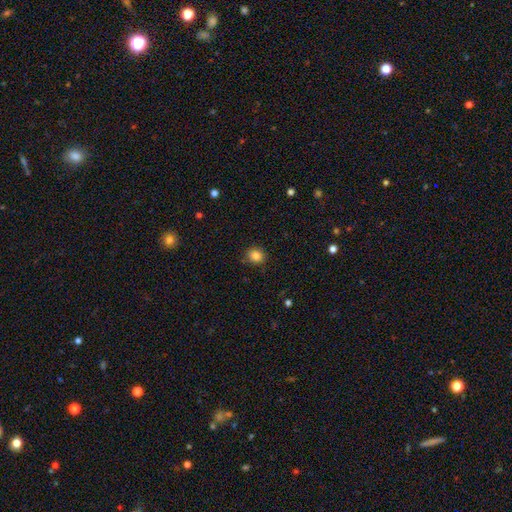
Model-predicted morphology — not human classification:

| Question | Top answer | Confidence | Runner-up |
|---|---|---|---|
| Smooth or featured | smooth | 84% | star or artifact (11%) |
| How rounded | round | 76% | in between (23%) |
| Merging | none | 86% | minor disturbance (10%) |